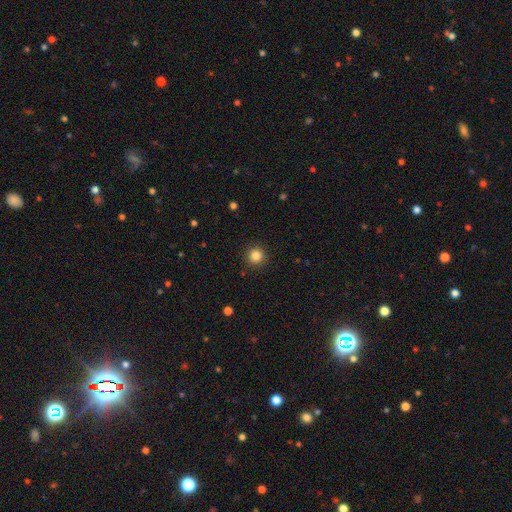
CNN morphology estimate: smooth 84%, star or artifact 12%, featured or disk 4%. Down the decision tree: how rounded — round (95%); merging — none (92%).